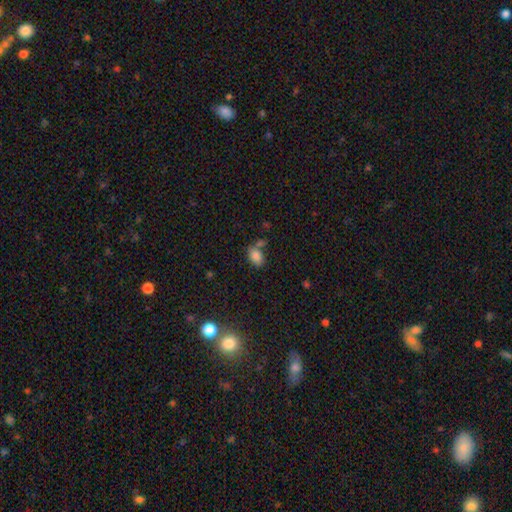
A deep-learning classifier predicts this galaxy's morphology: Smooth or featured?
  - smooth: 82% *
  - star or artifact: 11%
  - featured or disk: 7%
How rounded?
  - in between: 82% *
  - round: 17%
  - cigar-shaped: 1%
Merging?
  - none: 56% *
  - merger: 23%
  - minor disturbance: 16%
  - major disturbance: 6%